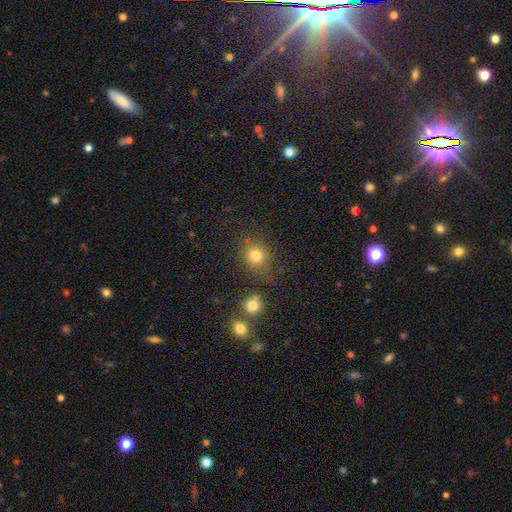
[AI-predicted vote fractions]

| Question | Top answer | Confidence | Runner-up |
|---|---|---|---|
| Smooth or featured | smooth | 78% | star or artifact (15%) |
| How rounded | round | 77% | in between (22%) |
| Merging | none | 71% | minor disturbance (14%) |